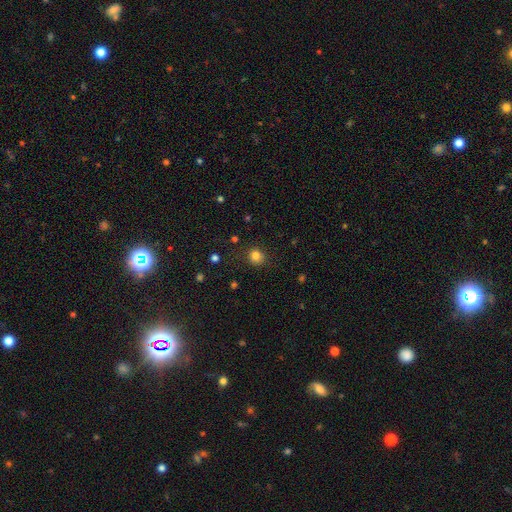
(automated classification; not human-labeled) A smooth galaxy with no disk features (82%) that is round (85%).

Vote fractions:
- Smooth or featured? smooth: 82% / star or artifact: 13% / featured or disk: 5%
- How rounded? round: 85% / in between: 14% / cigar-shaped: 1%
- Merging? none: 86% / minor disturbance: 10% / major disturbance: 3% / merger: 1%